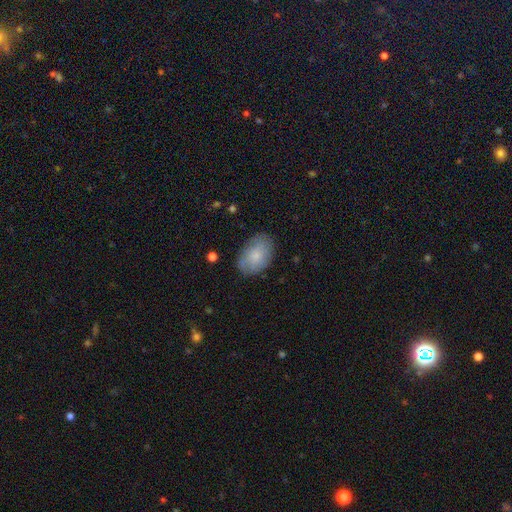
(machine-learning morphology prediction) Q: Smooth or featured?
A: smooth (78%); runner-up: featured or disk (15%)
Q: How rounded?
A: in between (88%); runner-up: round (11%)
Q: Merging?
A: none (78%); runner-up: minor disturbance (17%)